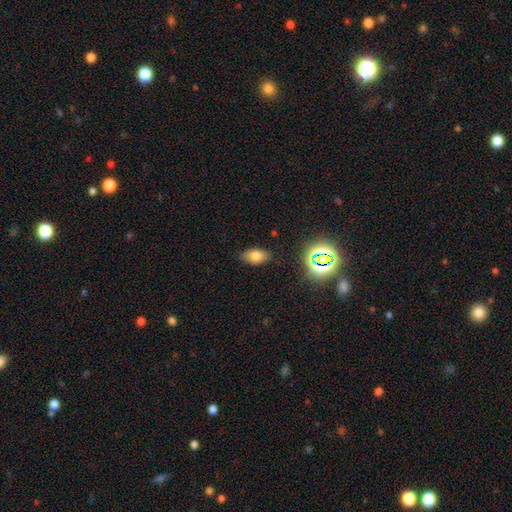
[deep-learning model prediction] smooth 73%, star or artifact 16%, featured or disk 12%. Down the decision tree: how rounded — in between (89%); merging — none (83%).